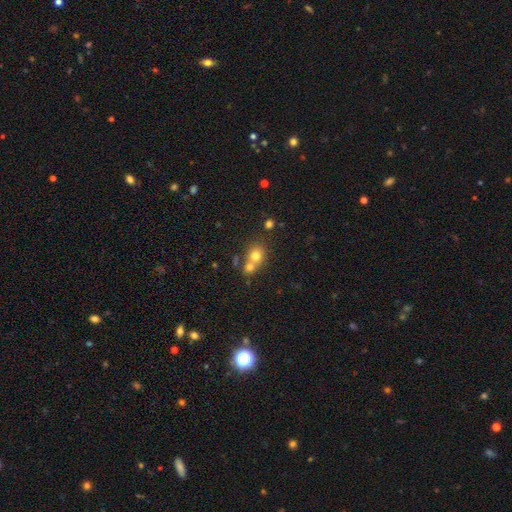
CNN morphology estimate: This appears to be a smooth galaxy with no disk features (73%) that is round (77%). Merging: merger (48%).